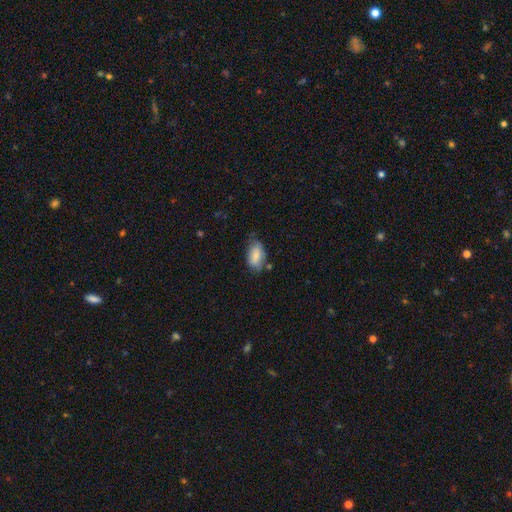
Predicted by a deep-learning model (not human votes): Smooth or featured?
  - smooth: 76% *
  - featured or disk: 17%
  - star or artifact: 7%
How rounded?
  - in between: 92% *
  - round: 5%
  - cigar-shaped: 3%
Merging?
  - none: 56% *
  - minor disturbance: 32%
  - major disturbance: 7%
  - merger: 5%